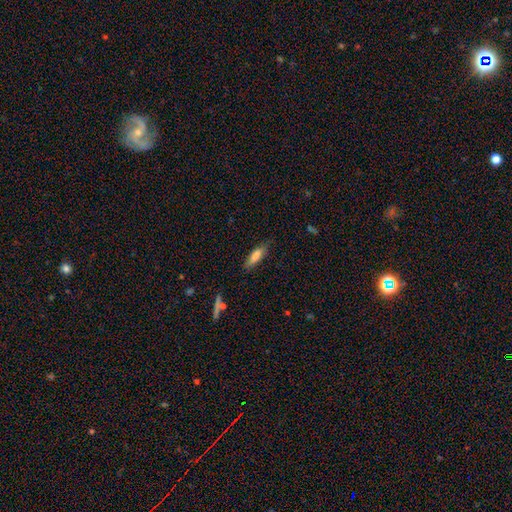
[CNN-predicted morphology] A smooth galaxy with no disk features (77%) that is cigar-shaped (55%).

Vote fractions:
- Smooth or featured? smooth: 77% / featured or disk: 16% / star or artifact: 7%
- How rounded? cigar-shaped: 55% / in between: 43% / round: 2%
- Merging? none: 78% / minor disturbance: 17% / major disturbance: 3% / merger: 2%